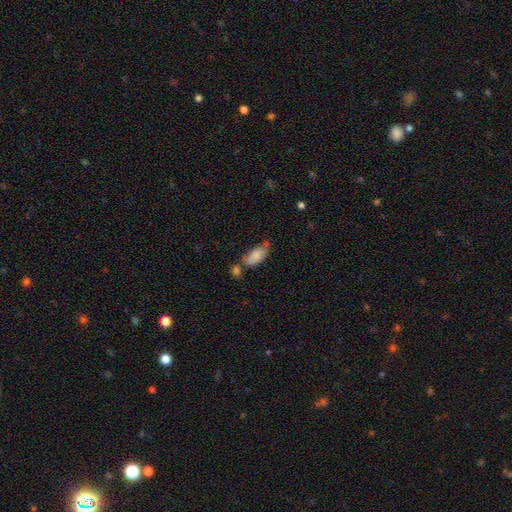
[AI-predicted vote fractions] This appears to be a smooth galaxy with no disk features (78%) that is in between round and cigar-shaped (91%). Merging: none (43%).